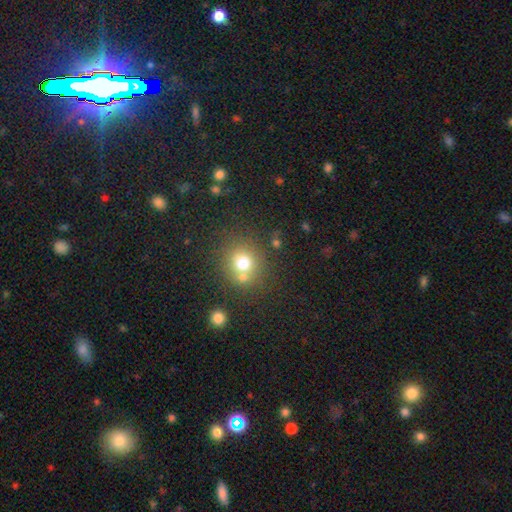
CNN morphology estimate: This appears to be a smooth galaxy with no disk features (61%) that is round (87%). Merging: none (74%).